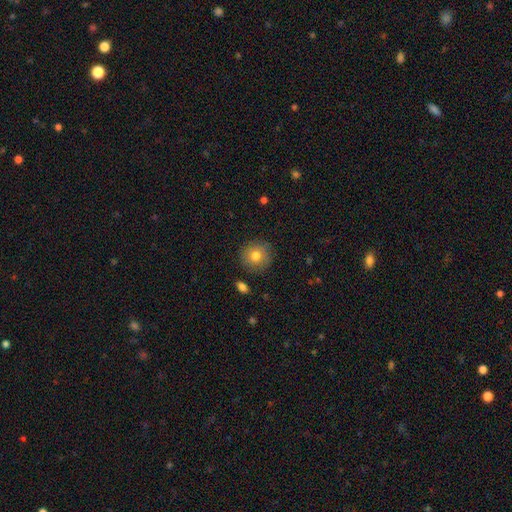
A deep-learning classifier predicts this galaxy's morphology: A smooth galaxy with no disk features (77%) that is round (93%).

Vote fractions:
- Smooth or featured? smooth: 77% / featured or disk: 14% / star or artifact: 10%
- How rounded? round: 93% / in between: 6% / cigar-shaped: 1%
- Merging? none: 87% / minor disturbance: 9% / major disturbance: 2% / merger: 2%